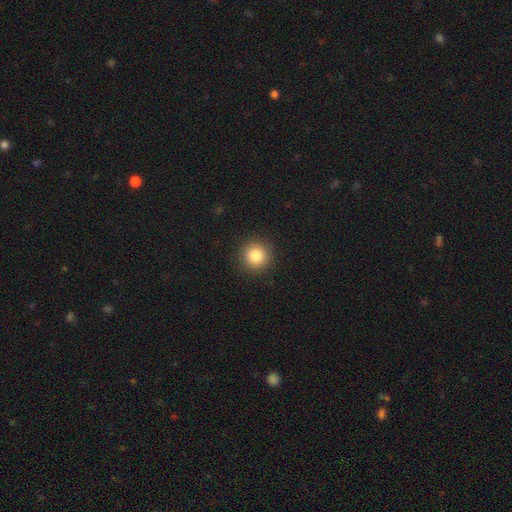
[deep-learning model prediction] Morphology: type=smooth (84%); roundness=round (95%); merging=none (92%).